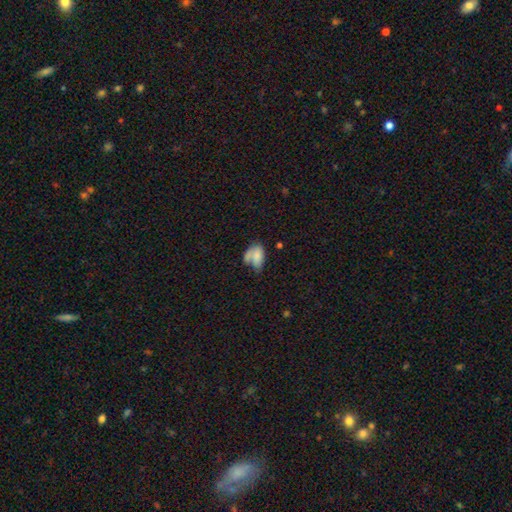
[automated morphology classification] This appears to be a smooth galaxy with no disk features (71%) that is in between round and cigar-shaped (87%). Merging: none (31%).